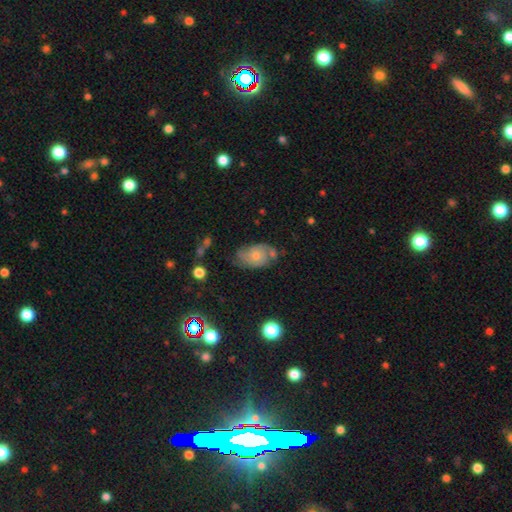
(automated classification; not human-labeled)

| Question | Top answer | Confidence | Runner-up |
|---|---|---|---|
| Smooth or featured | smooth | 47% | featured or disk (45%) |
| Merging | none | 47% | minor disturbance (31%) |